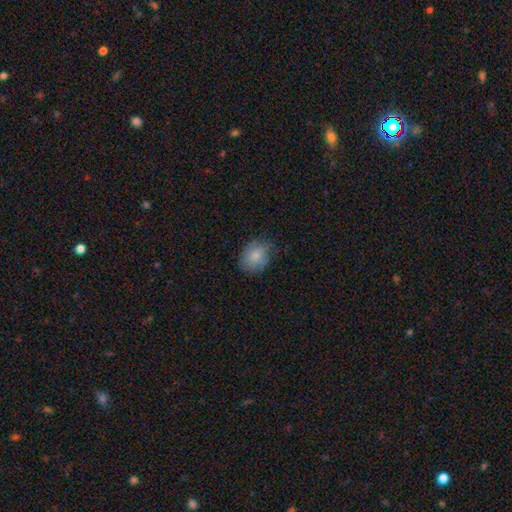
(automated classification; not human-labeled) Smooth or featured? Predicted: smooth (p=0.79). How rounded? Predicted: in between (p=0.57). Merging? Predicted: none (p=0.63).